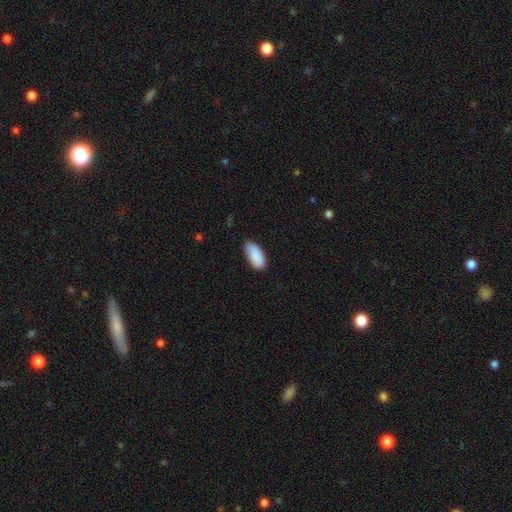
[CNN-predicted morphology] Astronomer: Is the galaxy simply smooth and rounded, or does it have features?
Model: smooth — 90%.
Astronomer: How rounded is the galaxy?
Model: in between — 91%.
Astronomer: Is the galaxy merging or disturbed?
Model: none — 76%.